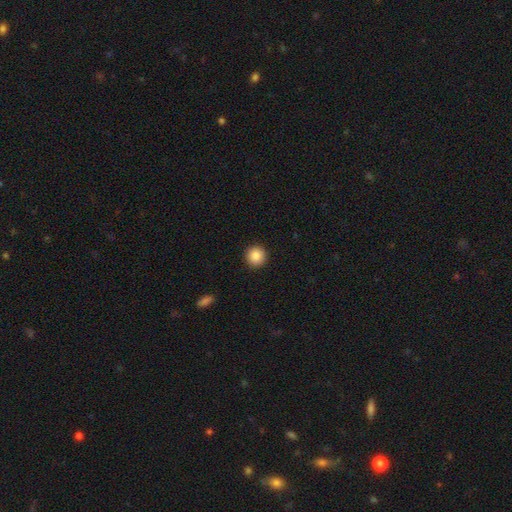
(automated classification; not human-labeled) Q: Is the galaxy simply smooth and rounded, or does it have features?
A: smooth — 87%.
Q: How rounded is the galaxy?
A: round — 94%.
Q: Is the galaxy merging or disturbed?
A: none — 93%.